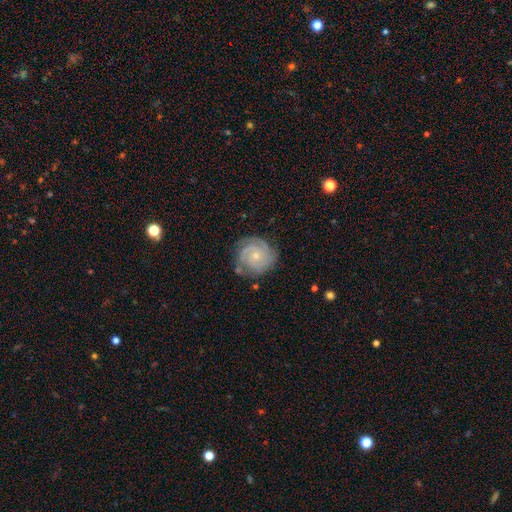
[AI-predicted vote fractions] The model was most divided on "spiral arm count": 3: 37%, 2: 27%, can't tell: 18%, 4: 9%, 1: 5%, more than 4: 4%. More confident: edge-on disk — no (98%); spiral arms — yes (96%); smooth or featured — featured or disk (80%); bar — no (78%); merging — none (77%); spiral winding — tight (72%); bulge size — small (69%).